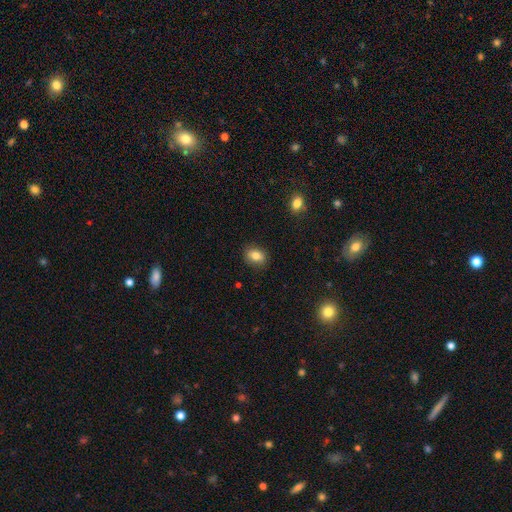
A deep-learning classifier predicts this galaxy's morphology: Smooth or featured?
  - smooth: 82% *
  - star or artifact: 9%
  - featured or disk: 9%
How rounded?
  - in between: 65% *
  - round: 34%
  - cigar-shaped: 1%
Merging?
  - none: 86% *
  - minor disturbance: 11%
  - major disturbance: 2%
  - merger: 1%